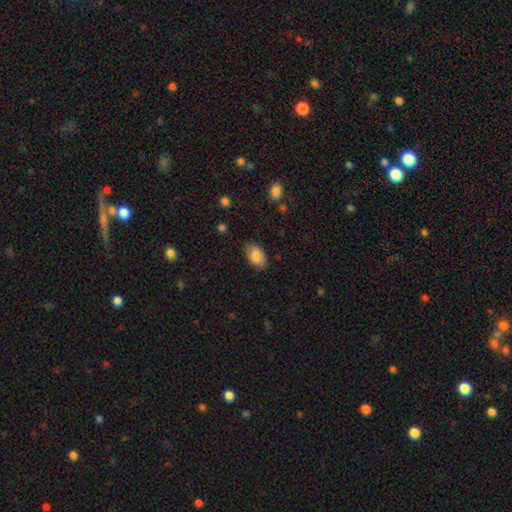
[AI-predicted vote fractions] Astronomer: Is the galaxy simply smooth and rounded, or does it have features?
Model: smooth — 84%.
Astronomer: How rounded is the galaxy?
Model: in between — 92%.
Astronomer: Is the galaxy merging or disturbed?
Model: none — 81%.